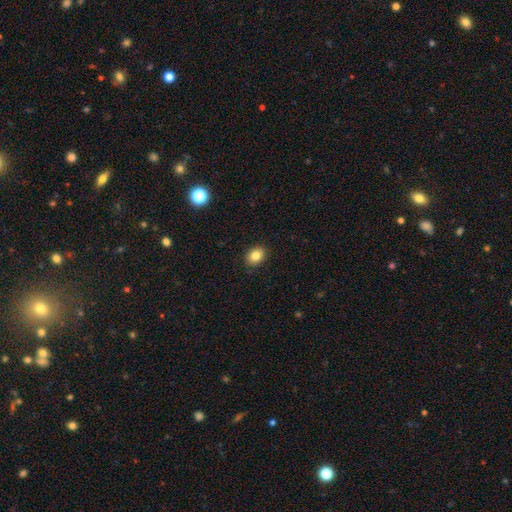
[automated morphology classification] The model was most divided on "how rounded": in between: 58%, round: 41%, cigar-shaped: 1%. More confident: merging — none (90%); smooth or featured — smooth (84%).